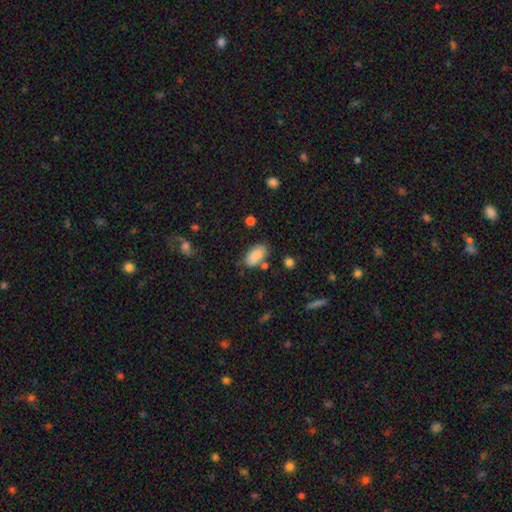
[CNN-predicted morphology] This appears to be a smooth galaxy with no disk features (85%) that is in between round and cigar-shaped (93%). Merging: none (72%).